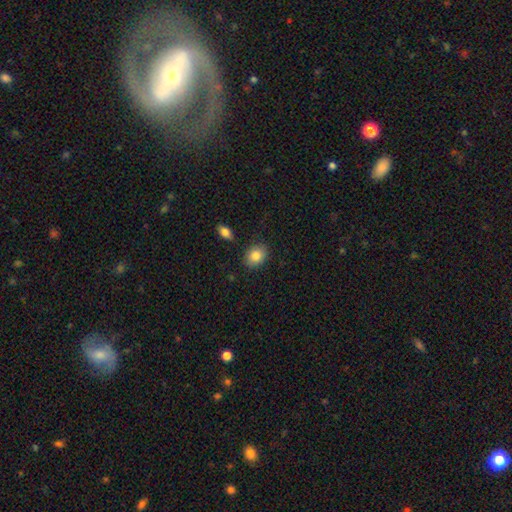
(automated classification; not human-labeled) Smooth or featured: smooth — 84% (featured or disk — 8%)
How rounded: in between — 60% (round — 39%)
Merging: none — 86% (minor disturbance — 9%)